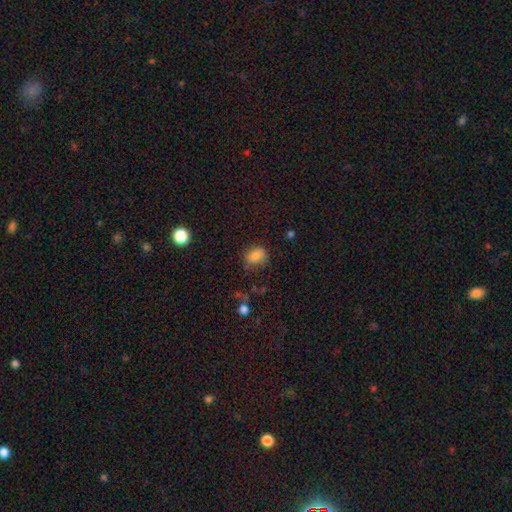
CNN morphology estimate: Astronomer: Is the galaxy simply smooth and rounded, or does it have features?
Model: smooth — 82%.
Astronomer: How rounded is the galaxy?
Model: in between — 64%.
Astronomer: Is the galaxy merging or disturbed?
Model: none — 64%.